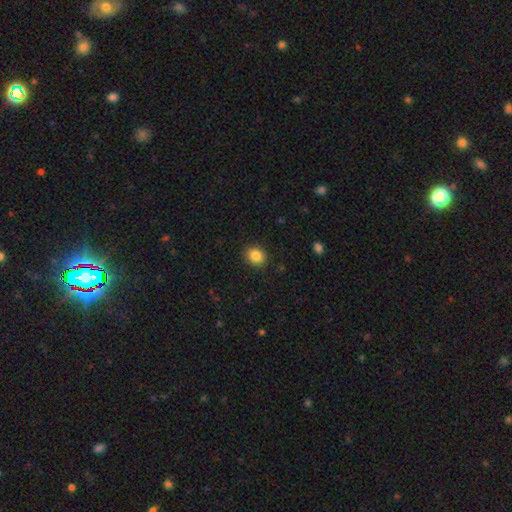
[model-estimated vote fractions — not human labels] Smooth or featured?
  - smooth: 86% *
  - star or artifact: 10%
  - featured or disk: 5%
How rounded?
  - round: 68% *
  - in between: 31%
  - cigar-shaped: 1%
Merging?
  - none: 90% *
  - minor disturbance: 7%
  - major disturbance: 2%
  - merger: 1%